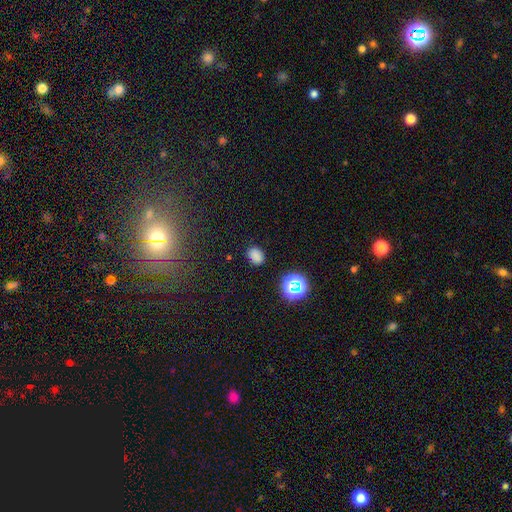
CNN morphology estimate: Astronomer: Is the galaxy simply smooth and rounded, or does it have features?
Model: smooth — 77%.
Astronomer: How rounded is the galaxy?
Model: in between — 62%.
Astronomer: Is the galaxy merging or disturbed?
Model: none — 83%.